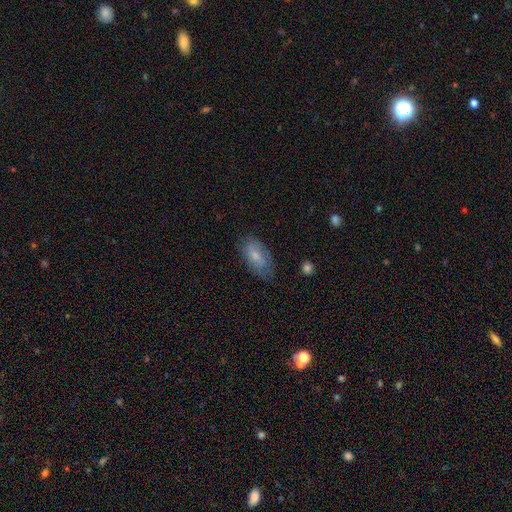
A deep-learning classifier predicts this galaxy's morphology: Smooth or featured?
  - smooth: 68% *
  - featured or disk: 25%
  - star or artifact: 7%
How rounded?
  - in between: 92% *
  - cigar-shaped: 4%
  - round: 4%
Merging?
  - none: 65% *
  - minor disturbance: 26%
  - major disturbance: 8%
  - merger: 1%